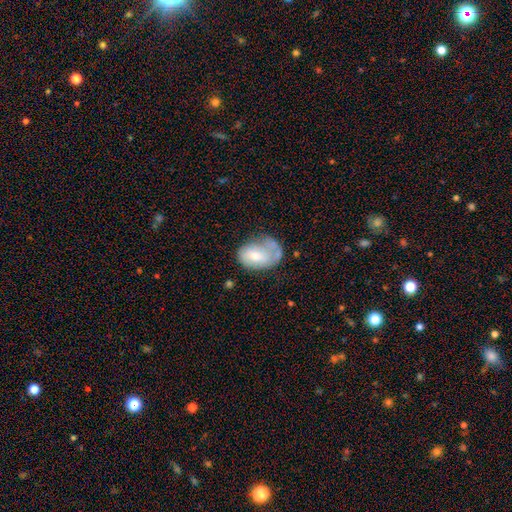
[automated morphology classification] type=smooth (56%); roundness=in between (80%); merging=minor disturbance (31%).